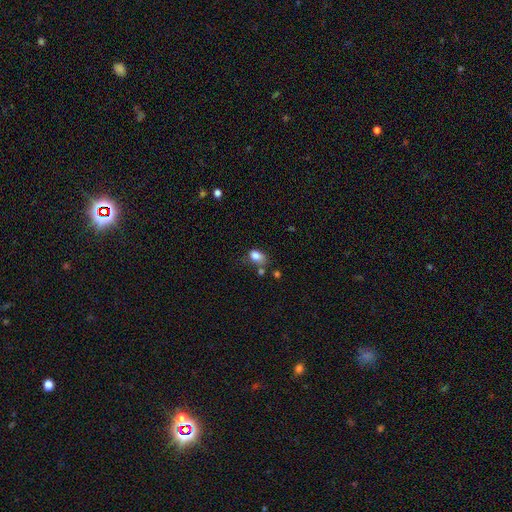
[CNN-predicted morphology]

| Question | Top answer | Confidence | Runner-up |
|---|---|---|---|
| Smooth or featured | smooth | 82% | star or artifact (10%) |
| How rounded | in between | 76% | round (22%) |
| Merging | none | 44% | minor disturbance (29%) |